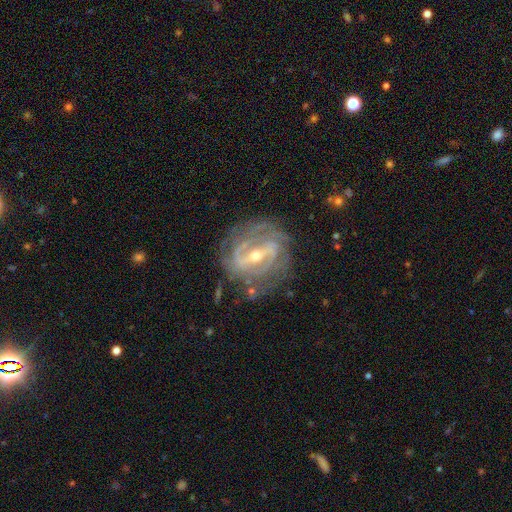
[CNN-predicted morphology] Overall: featured or disk (89%). Edge-on disk: no (94%). Bar: strong (67%). Spiral arms: yes (93%). Spiral arm count: 2 (35%; can't tell 27%). Spiral winding: tight (60%; medium 32%). Bulge size: small (48%, tied with moderate). Merging: none (73%).